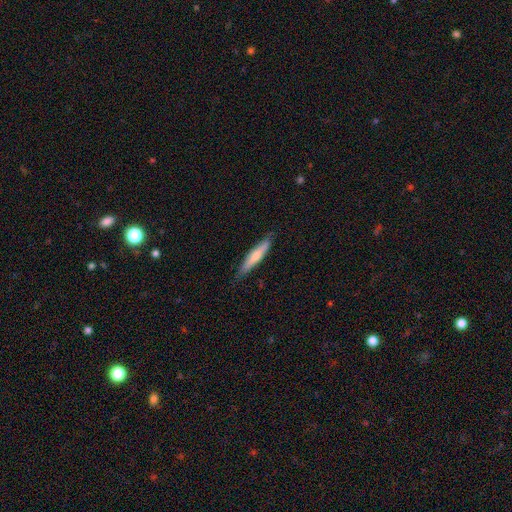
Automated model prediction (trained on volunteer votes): smooth 61%, featured or disk 33%, star or artifact 5%. Down the decision tree: how rounded — cigar-shaped (87%); merging — none (82%).